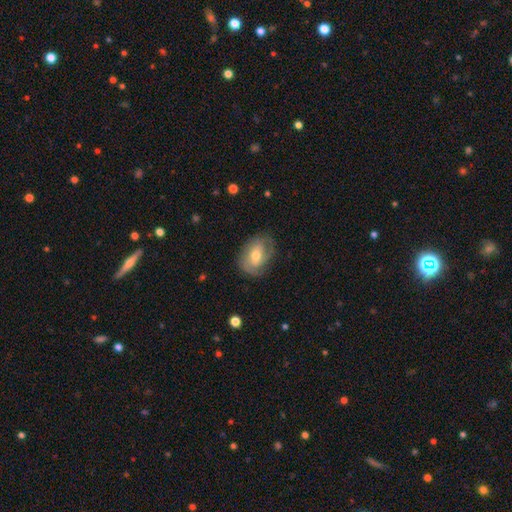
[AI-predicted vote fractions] A featured or disk galaxy (54%) with no bar (54%), spiral arms (73%) and a moderate central bulge (63%). Merging: none (68%).